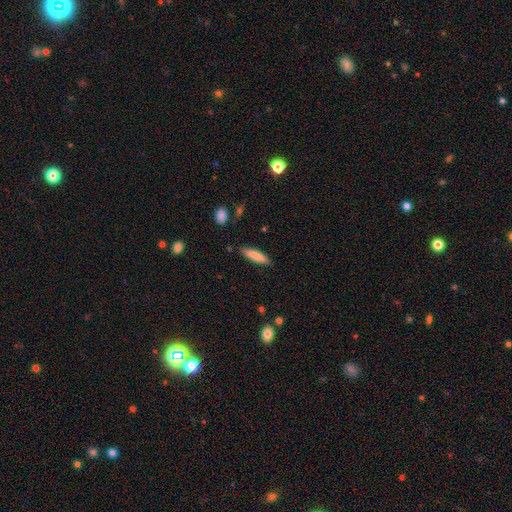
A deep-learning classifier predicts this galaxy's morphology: type=smooth (81%); roundness=cigar-shaped (76%); merging=none (86%).